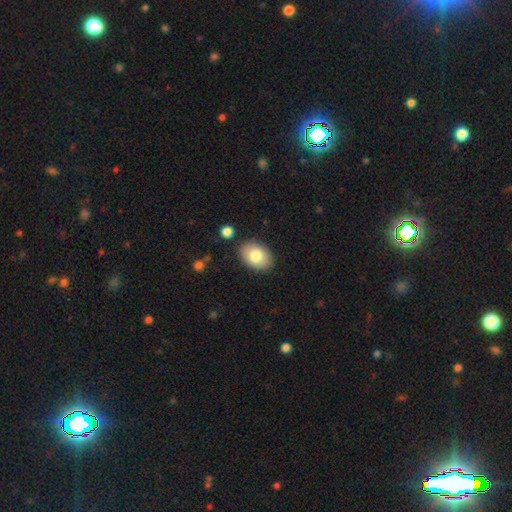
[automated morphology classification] Smooth or featured? Predicted: smooth (p=0.82). How rounded? Predicted: in between (p=0.83). Merging? Predicted: none (p=0.86).